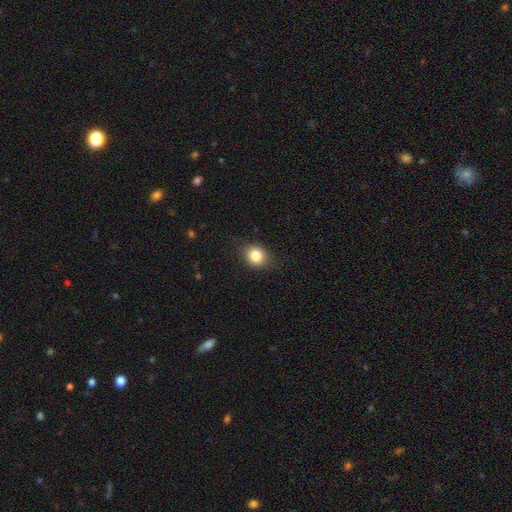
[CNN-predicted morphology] This appears to be a smooth galaxy with no disk features (82%) that is round (64%). Merging: none (81%).